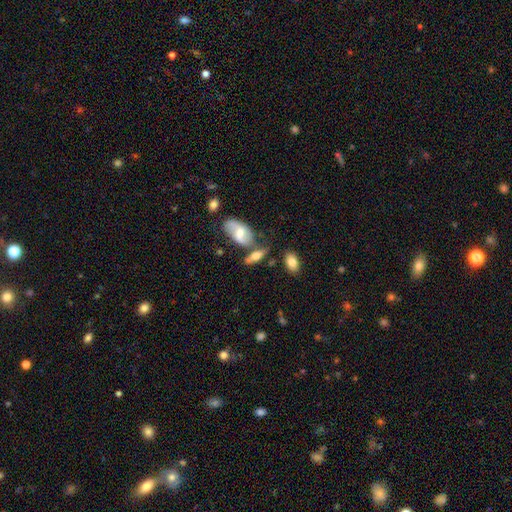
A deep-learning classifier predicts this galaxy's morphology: smooth-or-featured: smooth: 58% | featured or disk: 34% | star or artifact: 8%
  how-rounded: in between: 73% | cigar-shaped: 21% | round: 6%
  merging: none: 52% | merger: 23% | minor disturbance: 18% | major disturbance: 7%